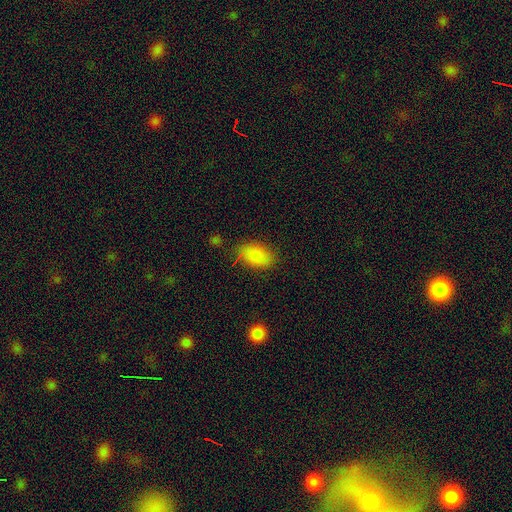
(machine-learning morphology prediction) This appears to be a smooth galaxy with no disk features (84%) that is in between round and cigar-shaped (90%). Merging: none (76%).